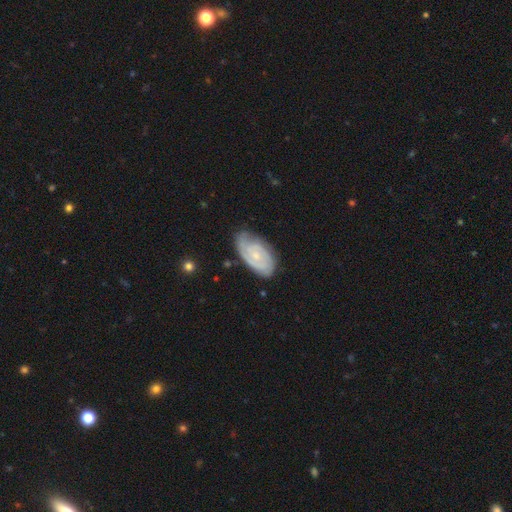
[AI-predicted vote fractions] Smooth or featured? Predicted: featured or disk (p=0.74). Edge-on disk? Predicted: no (p=0.95). Bar? Predicted: no (p=0.66). Spiral arms? Predicted: yes (p=0.93). Spiral winding? Predicted: tight (p=0.65). Spiral arm count? Predicted: 2 (p=0.45). Bulge size? Predicted: small (p=0.70). Merging? Predicted: none (p=0.68).